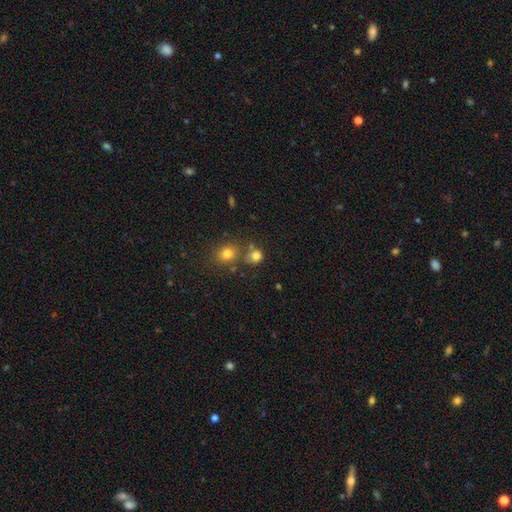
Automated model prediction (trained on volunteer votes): Morphology: type=smooth (78%); roundness=round (74%); merging=none (55%).